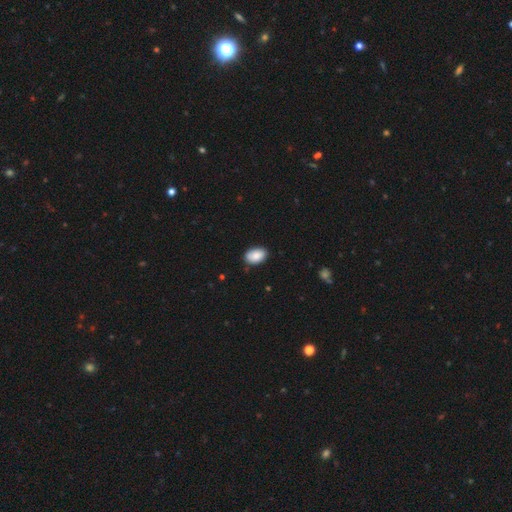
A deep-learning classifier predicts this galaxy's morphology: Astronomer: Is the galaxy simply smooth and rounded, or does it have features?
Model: smooth — 88%.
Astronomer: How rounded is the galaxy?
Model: in between — 91%.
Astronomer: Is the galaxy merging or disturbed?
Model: none — 85%.